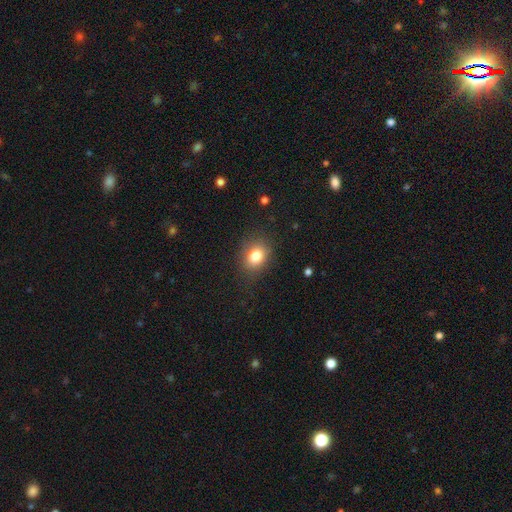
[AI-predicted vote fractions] Smooth or featured?
  - smooth: 82% *
  - star or artifact: 10%
  - featured or disk: 8%
How rounded?
  - in between: 58% *
  - round: 41%
  - cigar-shaped: 1%
Merging?
  - none: 81% *
  - minor disturbance: 13%
  - major disturbance: 4%
  - merger: 1%